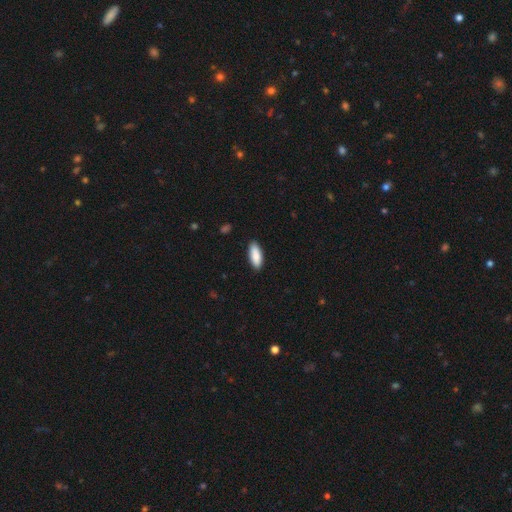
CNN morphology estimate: smooth 88%, featured or disk 7%, star or artifact 5%. Down the decision tree: how rounded — in between (73%); merging — none (88%).